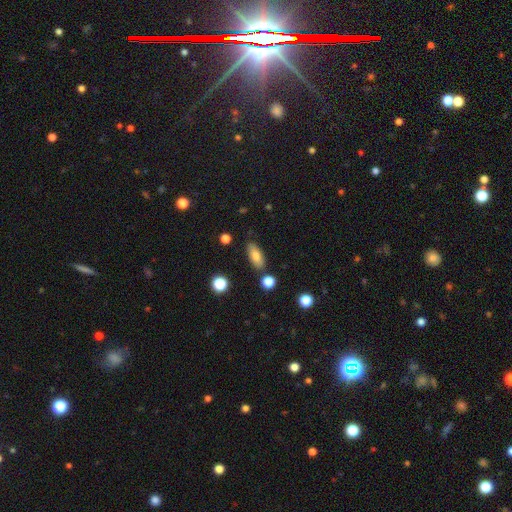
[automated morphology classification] This appears to be a smooth galaxy with no disk features (80%) that is in between round and cigar-shaped (80%). Merging: none (83%).